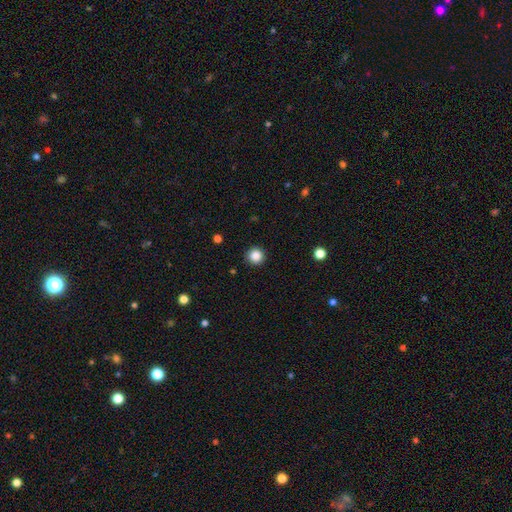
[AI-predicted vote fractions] smooth 86%, star or artifact 11%, featured or disk 4%. Down the decision tree: how rounded — round (95%); merging — none (92%).